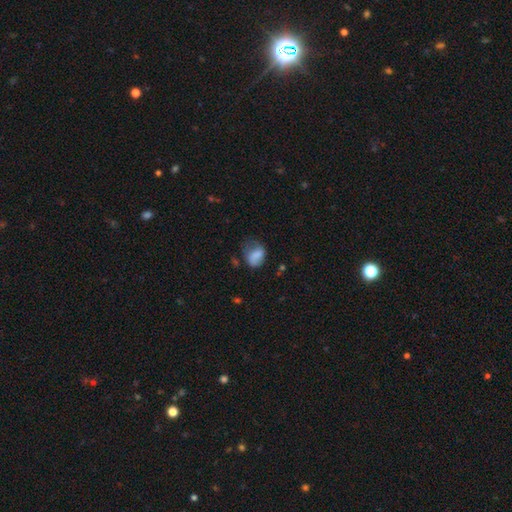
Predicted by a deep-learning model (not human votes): smooth 76%, featured or disk 15%, star or artifact 9%. Down the decision tree: how rounded — in between (66%); merging — minor disturbance (36%).